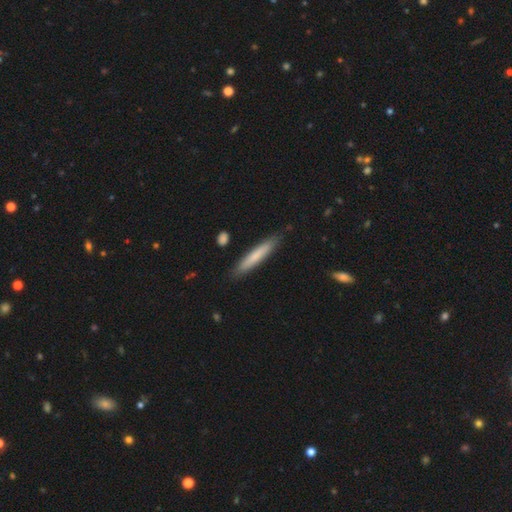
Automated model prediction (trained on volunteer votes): Overall: smooth (74%). How rounded: cigar-shaped (93%). Merging: none (87%).